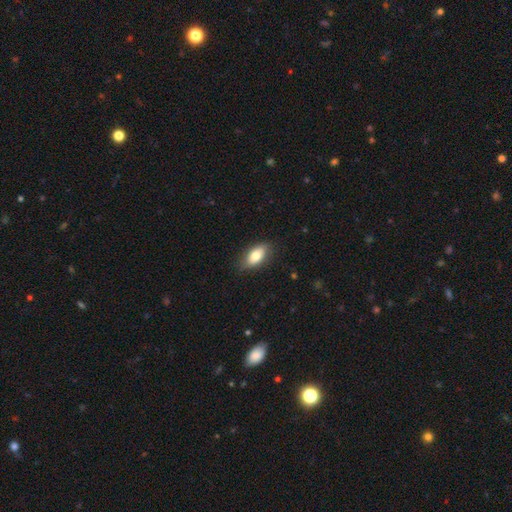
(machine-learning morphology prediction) This appears to be a smooth galaxy with no disk features (76%) that is in between round and cigar-shaped (90%). Merging: none (82%).